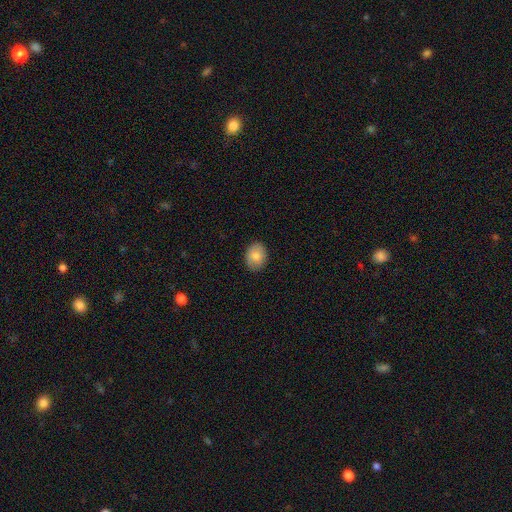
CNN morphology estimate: smooth_or_featured: smooth (p=0.80) [alt: featured or disk p=0.13]
how_rounded: in between (p=0.65) [alt: round p=0.34]
merging: none (p=0.86) [alt: minor disturbance p=0.11]